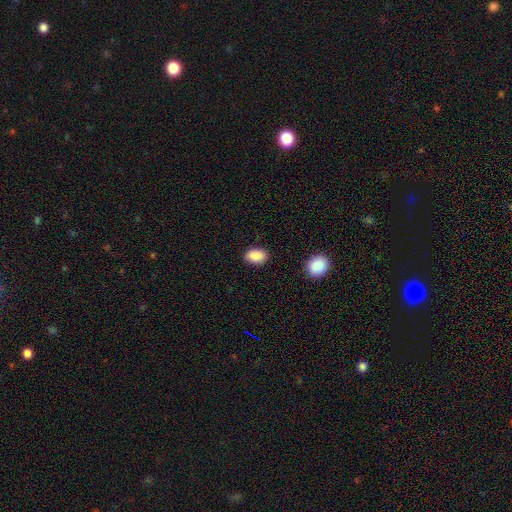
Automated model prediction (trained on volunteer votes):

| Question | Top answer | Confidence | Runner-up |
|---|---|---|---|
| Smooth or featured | smooth | 89% | star or artifact (8%) |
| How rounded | in between | 85% | round (14%) |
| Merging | none | 86% | minor disturbance (10%) |